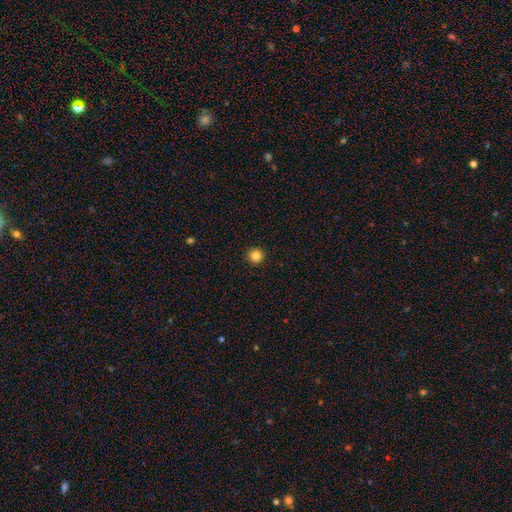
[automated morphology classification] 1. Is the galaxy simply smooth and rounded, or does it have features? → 85% smooth, 11% star or artifact, 4% featured or disk.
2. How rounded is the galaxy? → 96% round, 3% in between, 1% cigar-shaped.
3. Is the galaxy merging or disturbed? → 93% none, 4% minor disturbance, 1% major disturbance, 1% merger.